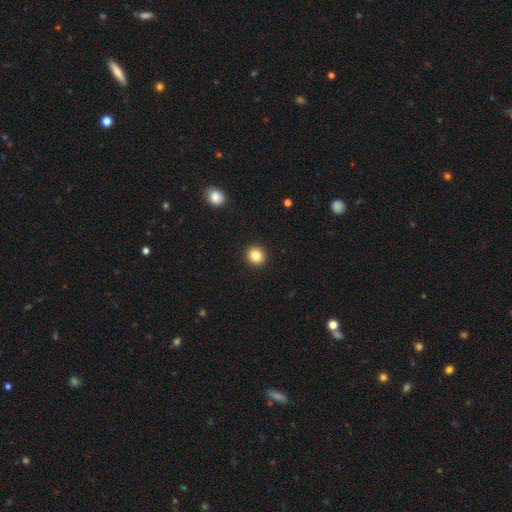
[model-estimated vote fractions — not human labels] Smooth or featured: smooth — 85% (star or artifact — 10%)
How rounded: round — 87% (in between — 12%)
Merging: none — 93% (minor disturbance — 4%)